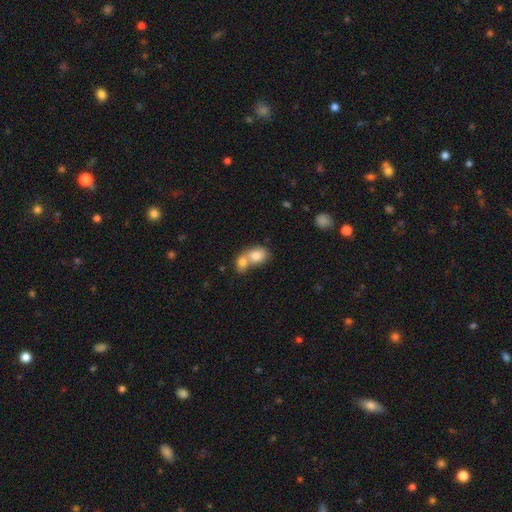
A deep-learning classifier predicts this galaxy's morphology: This appears to be a smooth galaxy with no disk features (80%) that is in between round and cigar-shaped (63%). Merging: merger (72%).